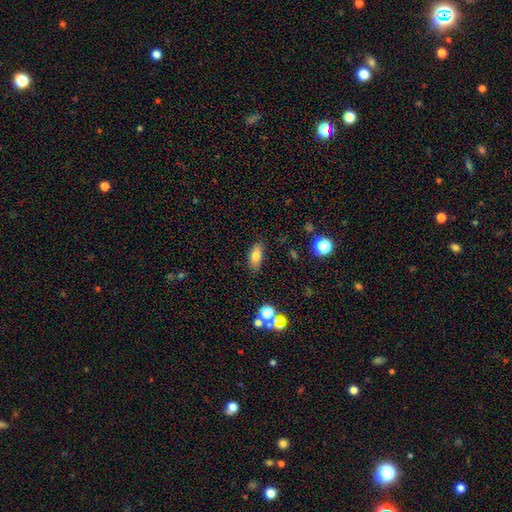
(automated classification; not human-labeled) The model was most divided on "how rounded": in between: 79%, cigar-shaped: 16%, round: 5%. More confident: merging — none (82%); smooth or featured — smooth (78%).